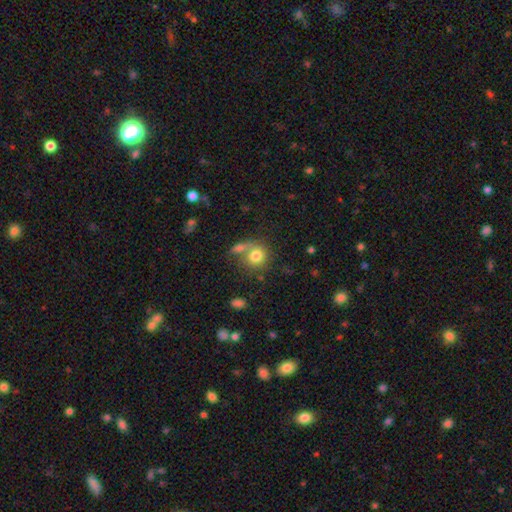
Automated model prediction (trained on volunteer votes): The model was most divided on "merging": none: 44%, merger: 36%, minor disturbance: 12%, major disturbance: 7%. More confident: how rounded — round (80%); smooth or featured — smooth (78%).